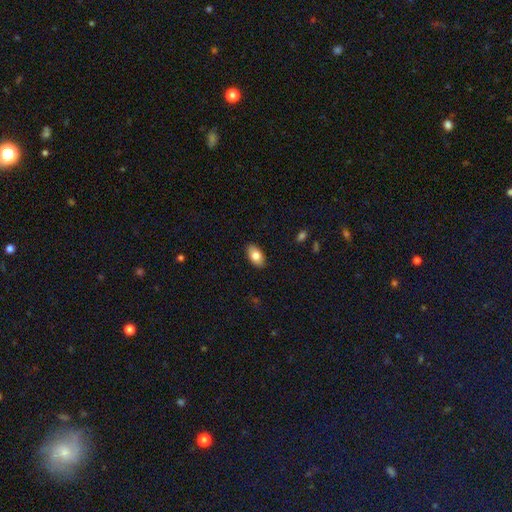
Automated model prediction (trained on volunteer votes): smooth_or_featured: smooth (p=0.81) [alt: featured or disk p=0.12]
how_rounded: in between (p=0.93) [alt: round p=0.05]
merging: none (p=0.88) [alt: minor disturbance p=0.09]